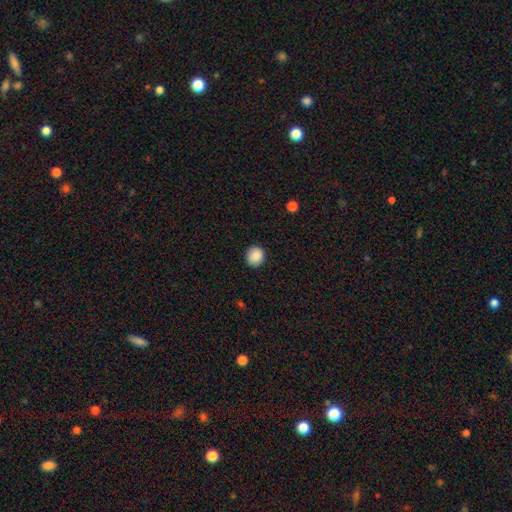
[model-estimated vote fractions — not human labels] A smooth galaxy with no disk features (88%) that is round (86%).

Vote fractions:
- Smooth or featured? smooth: 88% / star or artifact: 9% / featured or disk: 3%
- How rounded? round: 86% / in between: 13% / cigar-shaped: 1%
- Merging? none: 91% / minor disturbance: 7% / major disturbance: 2% / merger: 1%